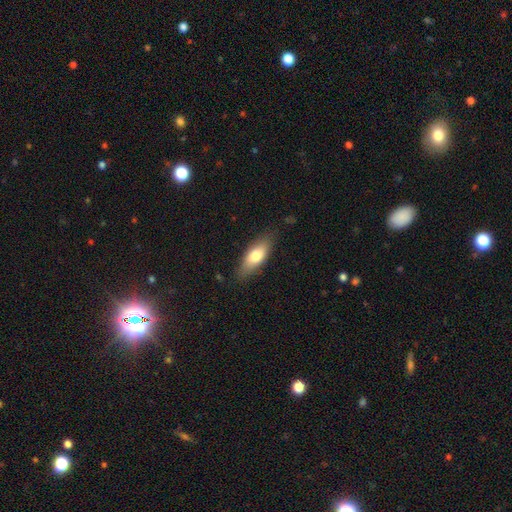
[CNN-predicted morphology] This is likely a smooth galaxy (73%). How rounded: likely in between (73%). Merging: clearly none (82%).